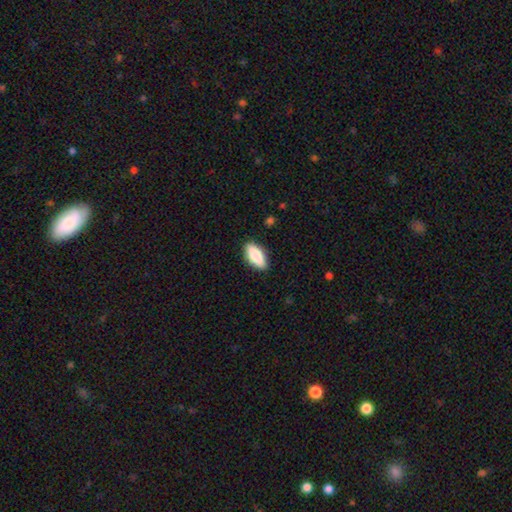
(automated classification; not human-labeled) Morphology: type=smooth (81%); roundness=in between (82%); merging=none (88%).